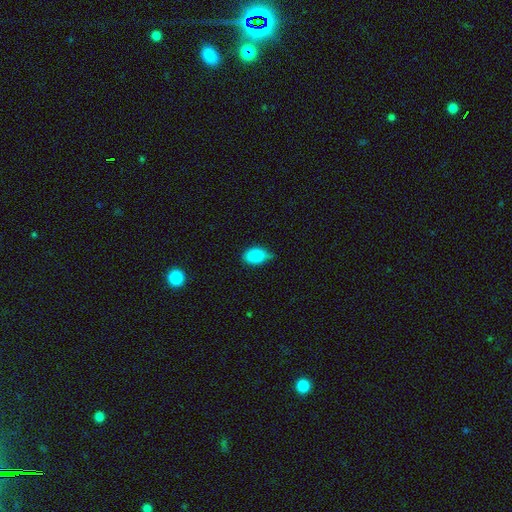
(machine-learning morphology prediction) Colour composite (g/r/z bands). It shows a smooth galaxy with no disk features (86%) that is in between round and cigar-shaped (80%). Merging: none (53%).